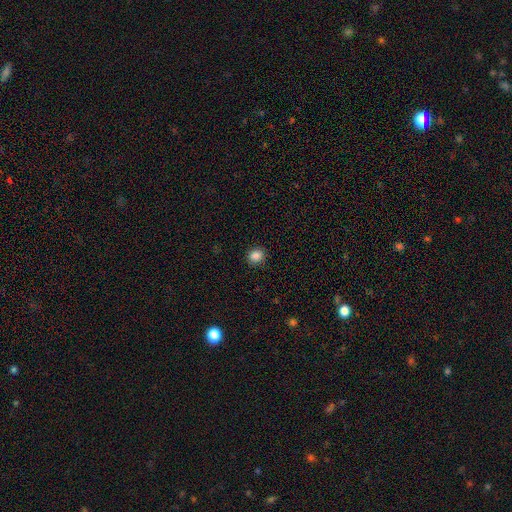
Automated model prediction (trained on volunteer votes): This is clearly a smooth galaxy (86%). How rounded: likely round (72%). Merging: clearly none (89%).